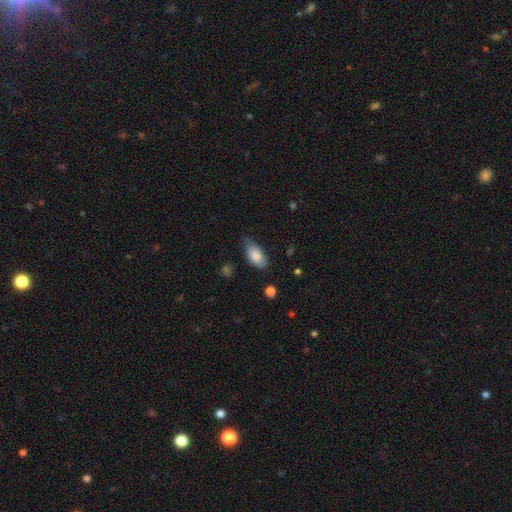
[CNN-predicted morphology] smooth 82%, featured or disk 11%, star or artifact 6%. Down the decision tree: how rounded — in between (91%); merging — none (62%).